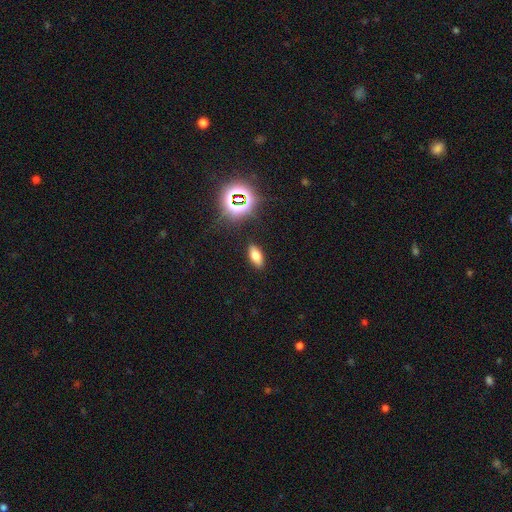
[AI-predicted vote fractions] smooth_or_featured: smooth (p=0.69) [alt: star or artifact p=0.19]
how_rounded: in between (p=0.84) [alt: cigar-shaped p=0.11]
merging: none (p=0.88) [alt: minor disturbance p=0.08]